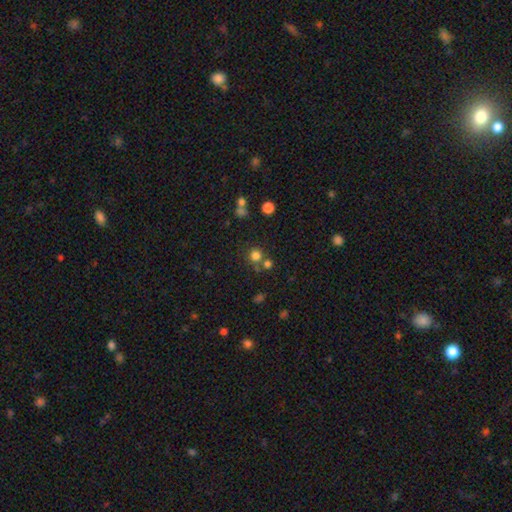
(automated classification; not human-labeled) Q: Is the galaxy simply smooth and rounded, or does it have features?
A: smooth — 76%.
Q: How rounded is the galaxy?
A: round — 92%.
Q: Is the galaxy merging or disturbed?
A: none — 68%.